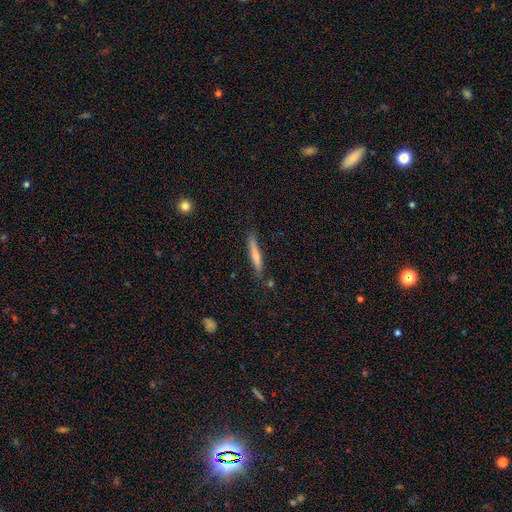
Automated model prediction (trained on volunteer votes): smooth-or-featured: featured or disk: 49% | smooth: 45% | star or artifact: 6%
  merging: none: 84% | minor disturbance: 12% | merger: 2% | major disturbance: 2%